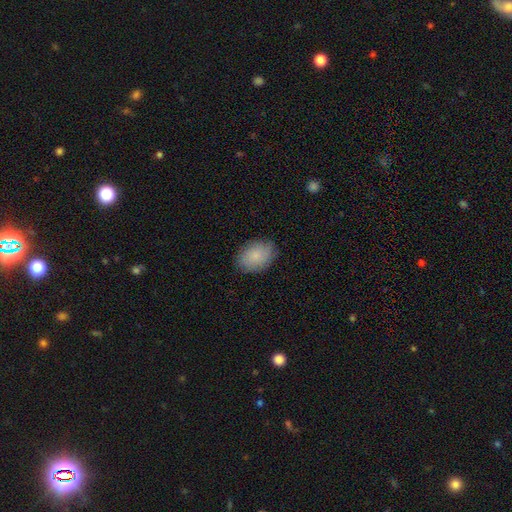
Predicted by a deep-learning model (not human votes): Smooth or featured?
  - smooth: 81% *
  - featured or disk: 12%
  - star or artifact: 7%
How rounded?
  - in between: 75% *
  - round: 24%
  - cigar-shaped: 1%
Merging?
  - none: 81% *
  - minor disturbance: 15%
  - major disturbance: 3%
  - merger: 1%